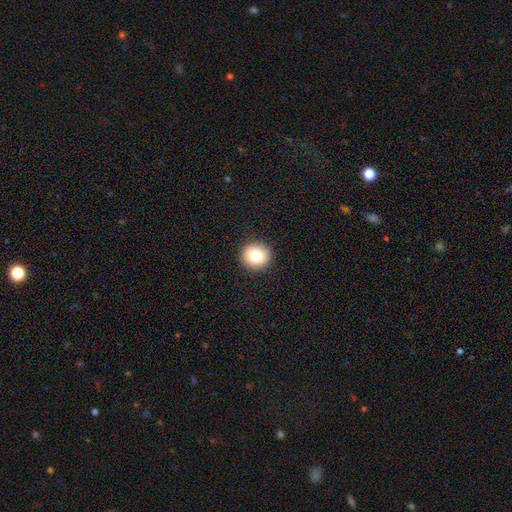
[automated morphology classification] smooth_or_featured: smooth (p=0.80) [alt: star or artifact p=0.10]
how_rounded: round (p=0.94) [alt: in between p=0.05]
merging: none (p=0.92) [alt: minor disturbance p=0.05]